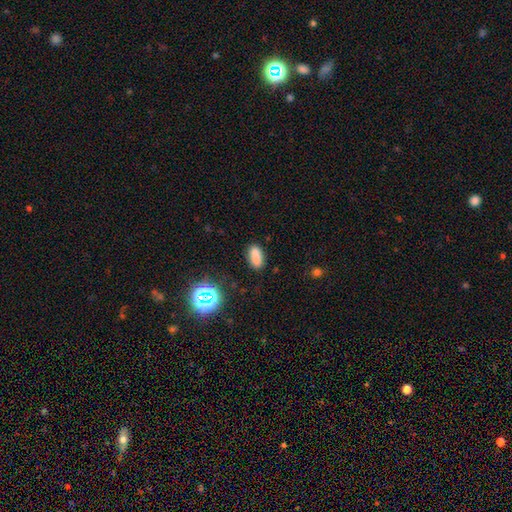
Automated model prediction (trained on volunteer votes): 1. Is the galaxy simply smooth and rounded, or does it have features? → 80% smooth, 14% star or artifact, 6% featured or disk.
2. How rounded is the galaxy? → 85% in between, 10% cigar-shaped, 5% round.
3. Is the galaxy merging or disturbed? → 82% none, 12% minor disturbance, 3% major disturbance, 3% merger.